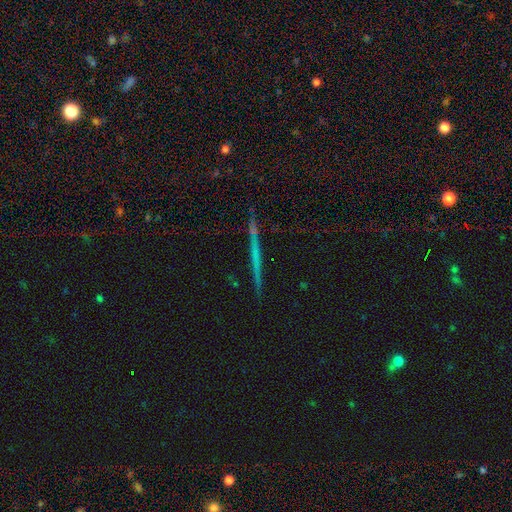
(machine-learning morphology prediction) featured or disk 52%, smooth 32%, star or artifact 17%. Down the decision tree: edge-on disk — yes (96%); merging — none (89%).